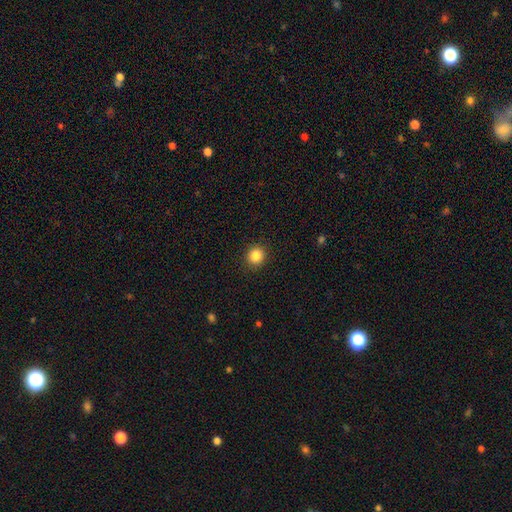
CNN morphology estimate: This is clearly a smooth galaxy (85%). How rounded: clearly round (88%). Merging: clearly none (91%).